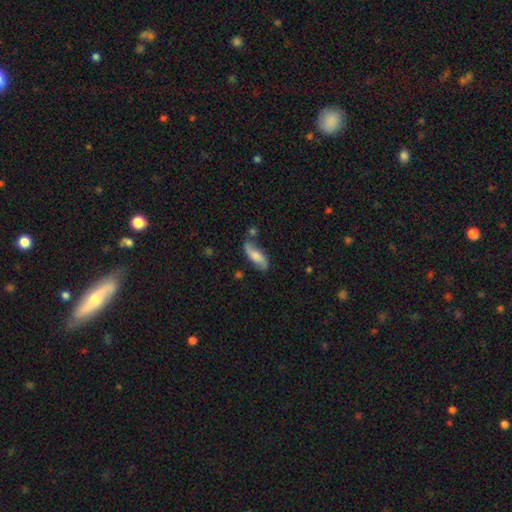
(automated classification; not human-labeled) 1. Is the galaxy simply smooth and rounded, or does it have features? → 50% featured or disk, 43% smooth, 7% star or artifact.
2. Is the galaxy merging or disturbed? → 62% none, 22% minor disturbance, 10% merger, 7% major disturbance.